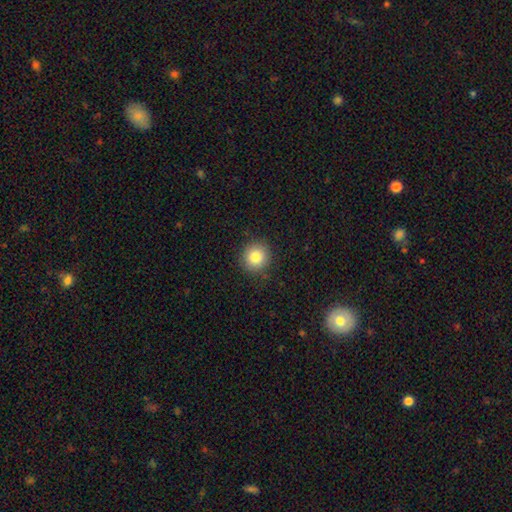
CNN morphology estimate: smooth-or-featured: smooth: 83% | star or artifact: 10% | featured or disk: 7%
  how-rounded: round: 93% | in between: 6% | cigar-shaped: 1%
  merging: none: 89% | minor disturbance: 7% | major disturbance: 2% | merger: 1%